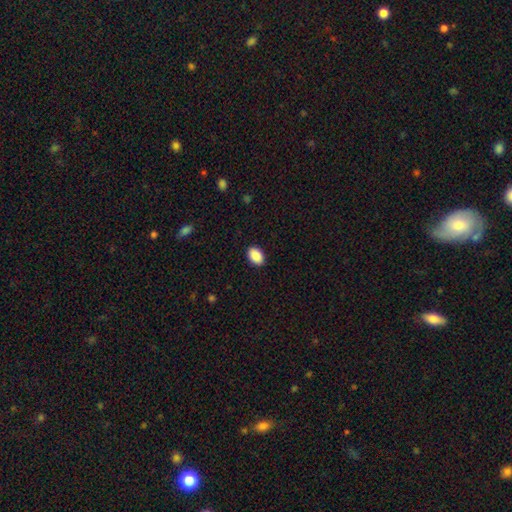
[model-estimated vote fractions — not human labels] Smooth or featured? Predicted: smooth (p=0.90). How rounded? Predicted: in between (p=0.88). Merging? Predicted: none (p=0.90).